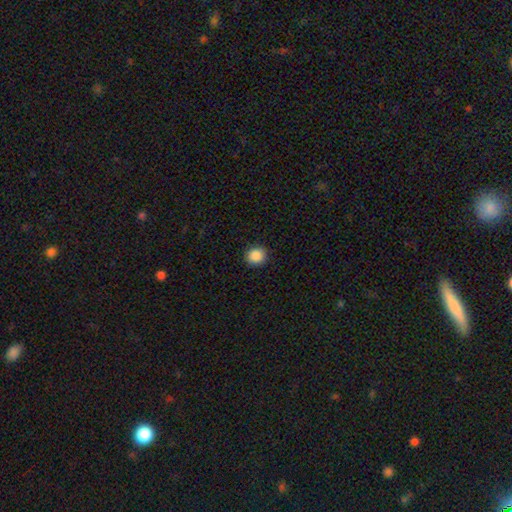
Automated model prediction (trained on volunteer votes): Overall: smooth (88%). How rounded: round (86%). Merging: none (92%).